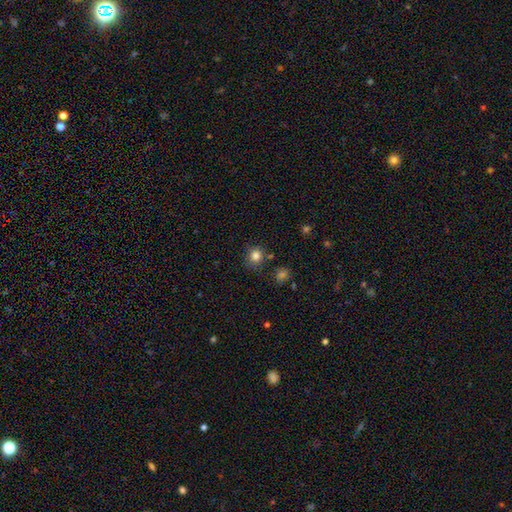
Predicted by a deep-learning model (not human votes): A smooth galaxy with no disk features (82%) that is round (87%).

Vote fractions:
- Smooth or featured? smooth: 82% / star or artifact: 12% / featured or disk: 5%
- How rounded? round: 87% / in between: 12% / cigar-shaped: 1%
- Merging? none: 80% / minor disturbance: 11% / merger: 5% / major disturbance: 3%